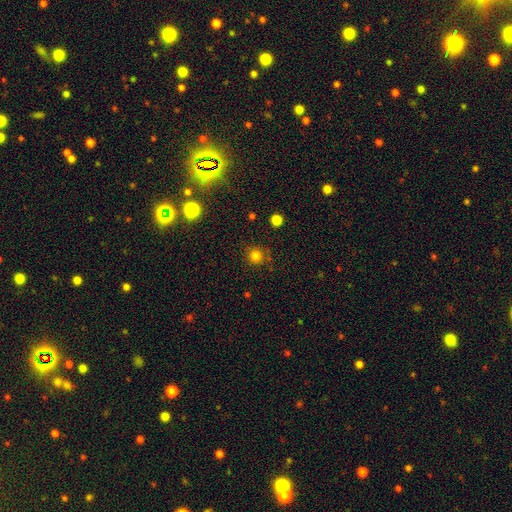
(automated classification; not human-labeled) Smooth or featured? Predicted: smooth (p=0.80). How rounded? Predicted: round (p=0.93). Merging? Predicted: none (p=0.83).